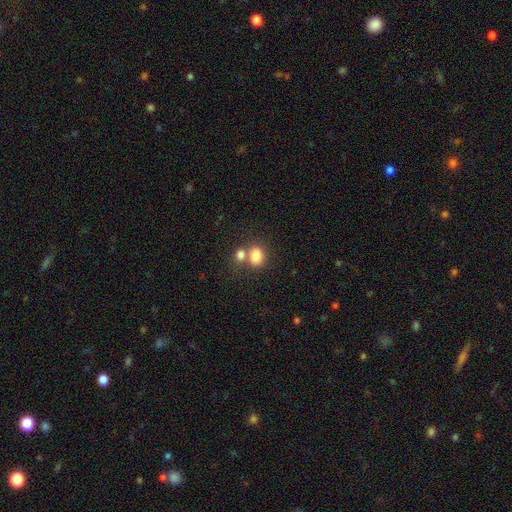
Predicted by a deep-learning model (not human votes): smooth 82%, star or artifact 10%, featured or disk 8%. Down the decision tree: how rounded — in between (61%); merging — merger (45%).